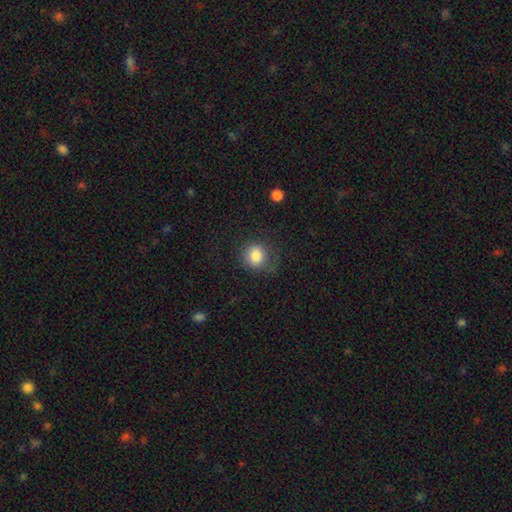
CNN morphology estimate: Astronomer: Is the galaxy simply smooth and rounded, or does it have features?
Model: smooth — 83%.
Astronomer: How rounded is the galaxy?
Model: round — 82%.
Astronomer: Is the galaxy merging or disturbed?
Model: none — 68%.